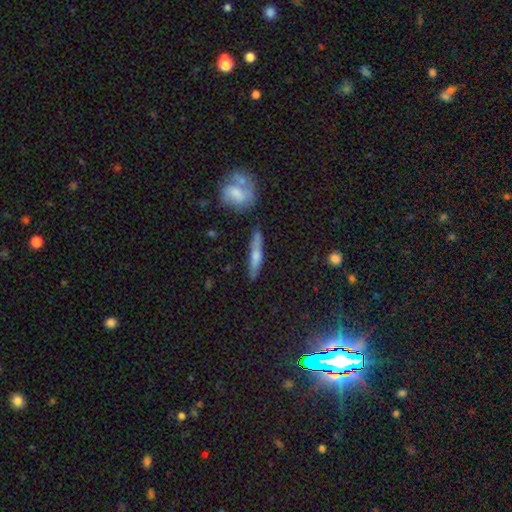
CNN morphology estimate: Smooth or featured: smooth — 49% (featured or disk — 41%)
Merging: none — 82% (minor disturbance — 11%)